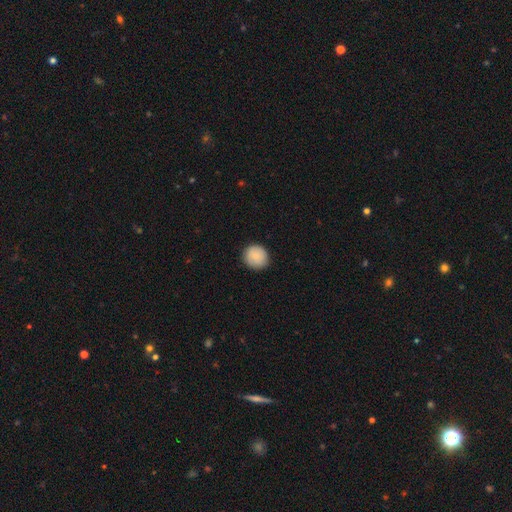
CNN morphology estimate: This is clearly a smooth galaxy (86%). How rounded: clearly round (92%). Merging: clearly none (89%).